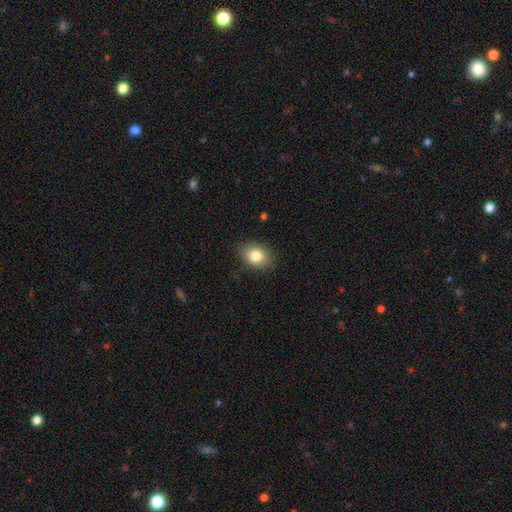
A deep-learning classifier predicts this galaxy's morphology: smooth_or_featured: smooth (p=0.82) [alt: featured or disk p=0.09]
how_rounded: in between (p=0.67) [alt: round p=0.32]
merging: none (p=0.85) [alt: minor disturbance p=0.12]